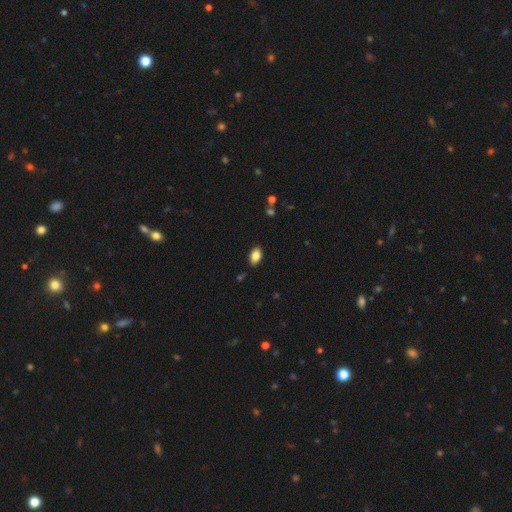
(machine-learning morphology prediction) Smooth or featured: smooth — 83% (featured or disk — 8%)
How rounded: in between — 91% (round — 6%)
Merging: none — 86% (minor disturbance — 11%)